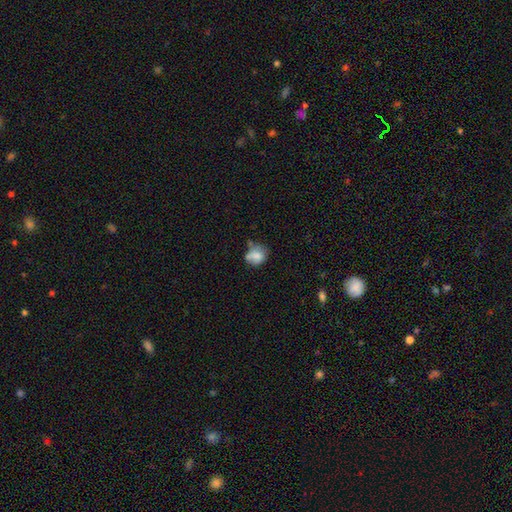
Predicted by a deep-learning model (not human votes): Q: Smooth or featured?
A: smooth (72%); runner-up: featured or disk (18%)
Q: How rounded?
A: round (64%); runner-up: in between (35%)
Q: Merging?
A: none (44%); runner-up: minor disturbance (28%)